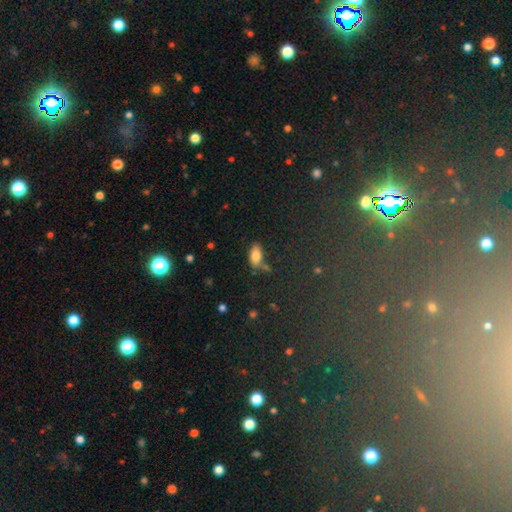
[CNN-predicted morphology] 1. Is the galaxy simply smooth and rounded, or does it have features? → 81% smooth, 10% featured or disk, 8% star or artifact.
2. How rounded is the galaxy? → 91% in between, 6% cigar-shaped, 3% round.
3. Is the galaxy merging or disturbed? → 66% none, 19% minor disturbance, 10% merger, 5% major disturbance.